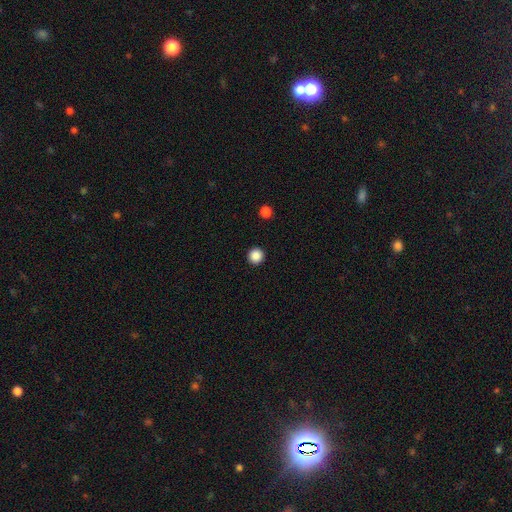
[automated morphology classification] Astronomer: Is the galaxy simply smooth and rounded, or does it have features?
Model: smooth — 87%.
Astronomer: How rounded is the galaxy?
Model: round — 97%.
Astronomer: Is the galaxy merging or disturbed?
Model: none — 94%.